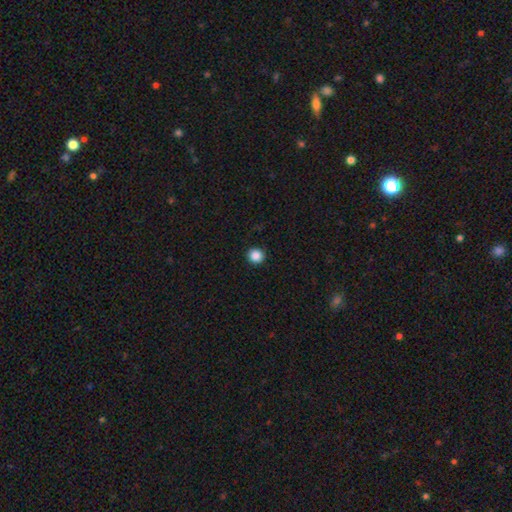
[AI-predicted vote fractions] The model was most divided on "smooth or featured": smooth: 87%, star or artifact: 10%, featured or disk: 3%. More confident: how rounded — round (93%); merging — none (93%).